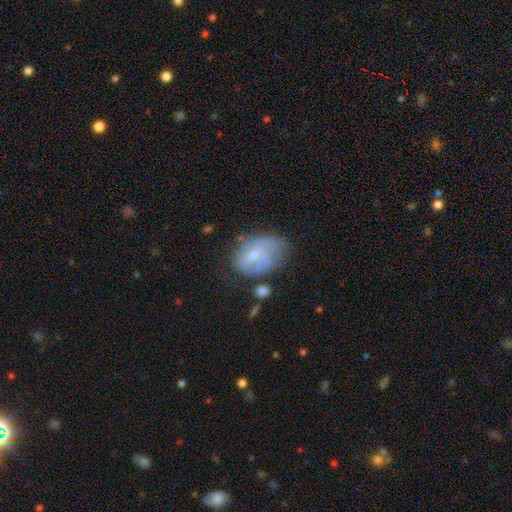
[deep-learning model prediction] smooth_or_featured: smooth (p=0.46) [alt: featured or disk p=0.44]
merging: none (p=0.36) [alt: minor disturbance p=0.33]